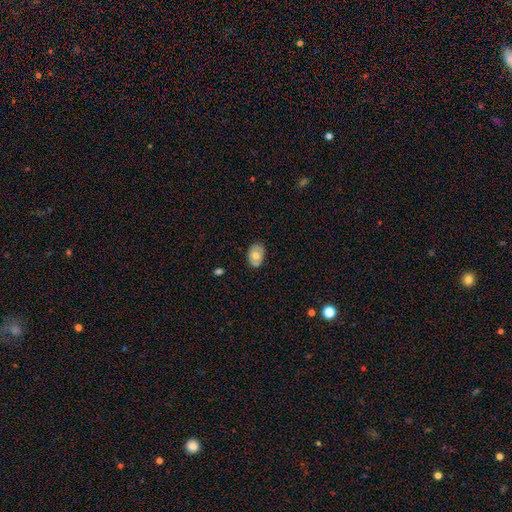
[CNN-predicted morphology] This appears to be a smooth galaxy with no disk features (56%) that is in between round and cigar-shaped (72%). Merging: none (81%).